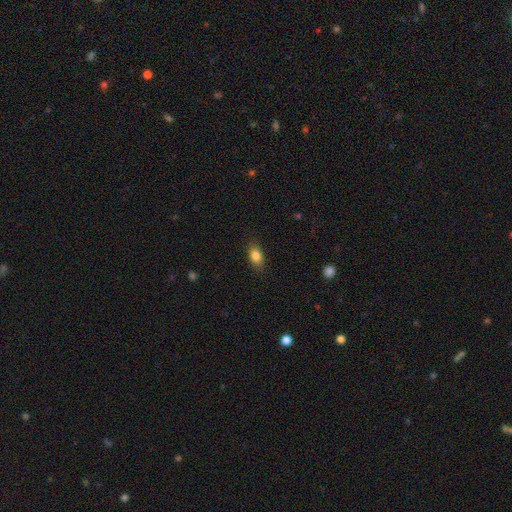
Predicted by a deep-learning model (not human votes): A smooth galaxy with no disk features (84%) that is in between round and cigar-shaped (83%). Merging: none (84%).